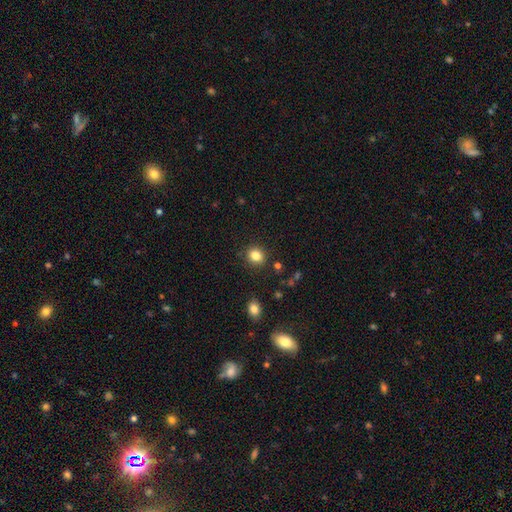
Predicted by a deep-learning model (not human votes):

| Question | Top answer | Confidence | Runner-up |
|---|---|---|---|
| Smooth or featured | smooth | 84% | star or artifact (11%) |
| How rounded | round | 73% | in between (27%) |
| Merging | none | 88% | minor disturbance (8%) |